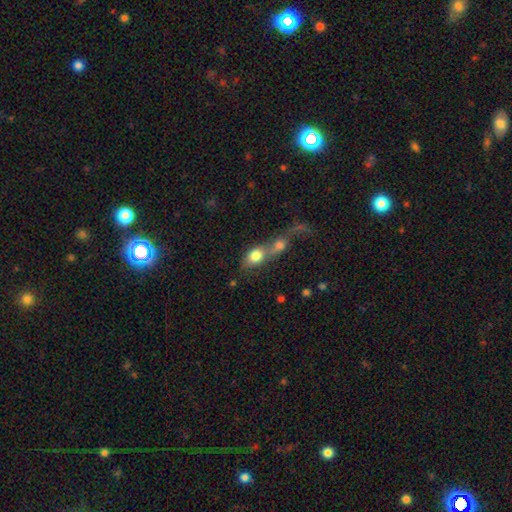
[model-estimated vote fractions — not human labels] smooth 76%, featured or disk 16%, star or artifact 8%. Down the decision tree: how rounded — in between (63%); merging — merger (76%).